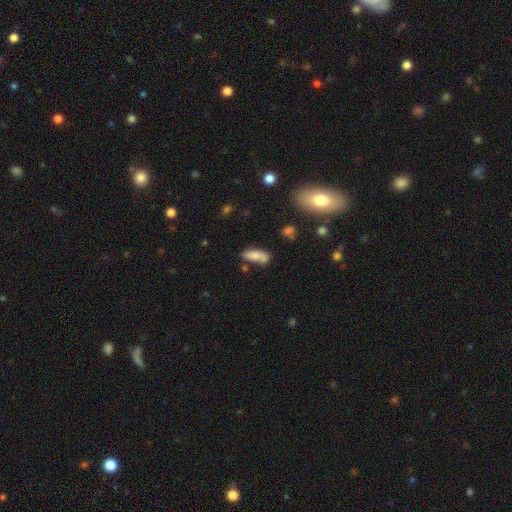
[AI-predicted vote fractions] Q: Smooth or featured?
A: smooth (76%); runner-up: featured or disk (15%)
Q: How rounded?
A: in between (70%); runner-up: cigar-shaped (27%)
Q: Merging?
A: none (51%); runner-up: minor disturbance (23%)